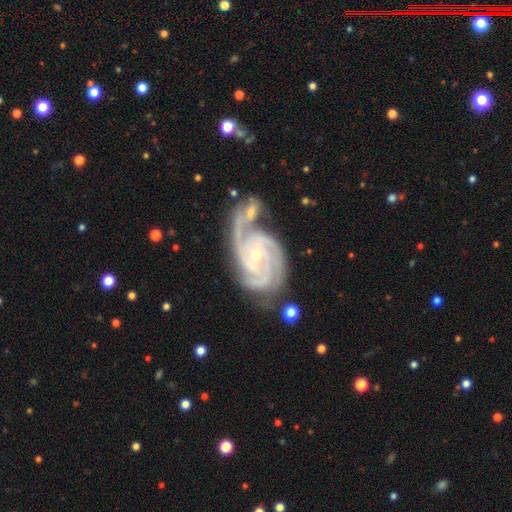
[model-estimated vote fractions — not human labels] Overall: featured or disk (93%). Edge-on disk: no (98%). Bar: no (57%; weak 30%). Spiral arms: yes (99%). Spiral arm count: 3 (43%; 4 19%). Spiral winding: tight (66%; medium 30%). Bulge size: small (70%). Merging: none (42%; merger 26%).